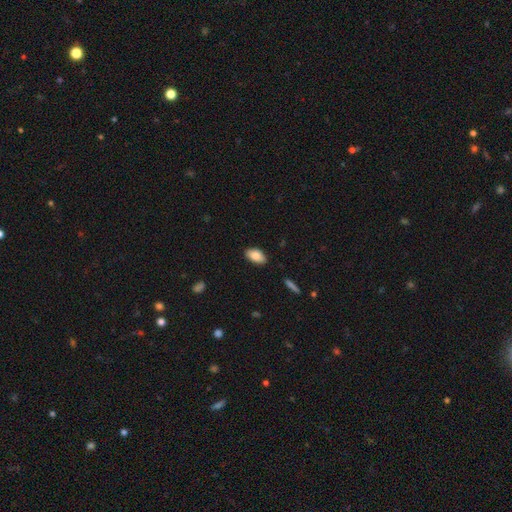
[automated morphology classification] A smooth galaxy with no disk features (83%) that is in between round and cigar-shaped (93%). Merging: none (87%).